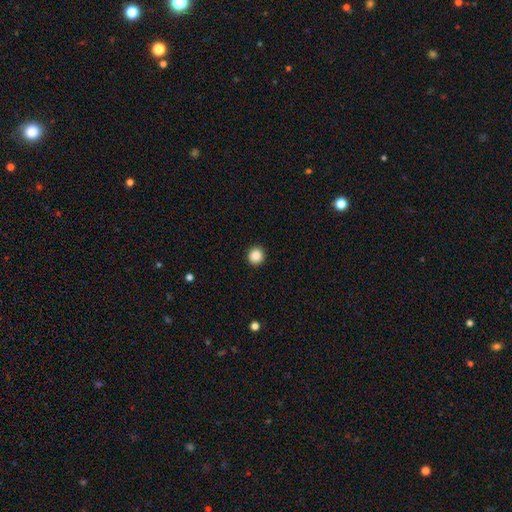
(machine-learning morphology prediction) Smooth or featured? smooth (87%)
How rounded? round (93%)
Merging? none (93%)